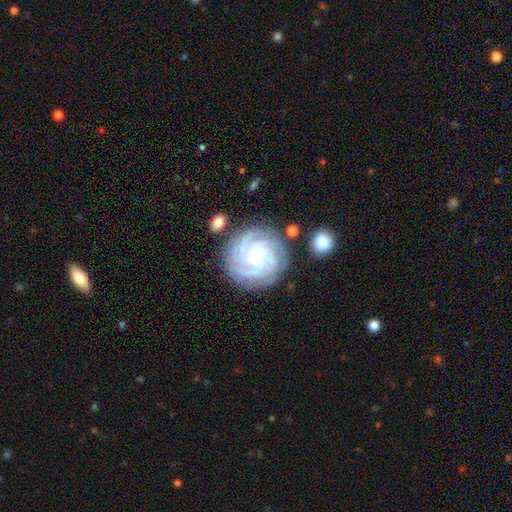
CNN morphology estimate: Smooth or featured? Predicted: featured or disk (p=0.88). Edge-on disk? Predicted: no (p=0.98). Bar? Predicted: no (p=0.61). Spiral arms? Predicted: yes (p=0.98). Spiral winding? Predicted: tight (p=0.75). Spiral arm count? Predicted: 4 (p=0.44). Bulge size? Predicted: small (p=0.74). Merging? Predicted: none (p=0.82).